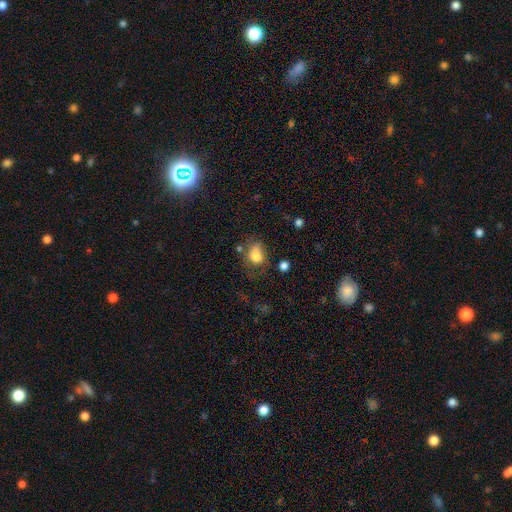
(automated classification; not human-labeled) Smooth or featured: smooth — 74% (featured or disk — 14%)
How rounded: in between — 65% (round — 33%)
Merging: none — 41% (minor disturbance — 27%)